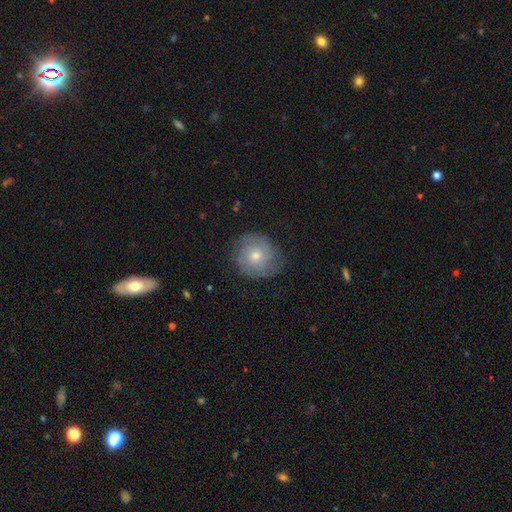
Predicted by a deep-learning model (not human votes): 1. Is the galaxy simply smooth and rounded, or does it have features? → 58% featured or disk, 33% smooth, 9% star or artifact.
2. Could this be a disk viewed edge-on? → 97% no, 3% yes.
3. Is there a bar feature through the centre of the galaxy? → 82% no, 15% weak, 3% strong.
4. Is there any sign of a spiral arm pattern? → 84% yes, 16% no.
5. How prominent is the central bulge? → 58% moderate, 37% small, 3% large, 1% none, 1% dominant.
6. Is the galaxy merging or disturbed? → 78% none, 16% minor disturbance, 5% major disturbance, 1% merger.